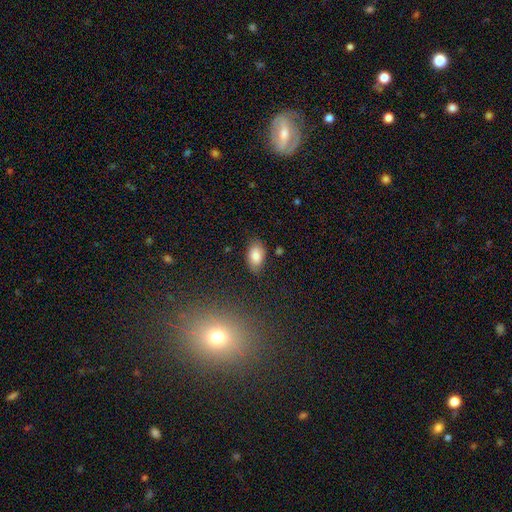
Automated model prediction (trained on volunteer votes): A smooth galaxy with no disk features (85%) that is in between round and cigar-shaped (92%). Merging: none (81%).